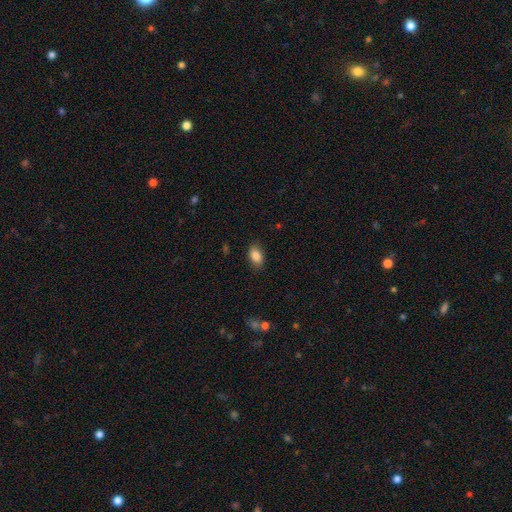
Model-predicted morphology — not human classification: Overall: smooth (86%). How rounded: in between (89%). Merging: none (85%).